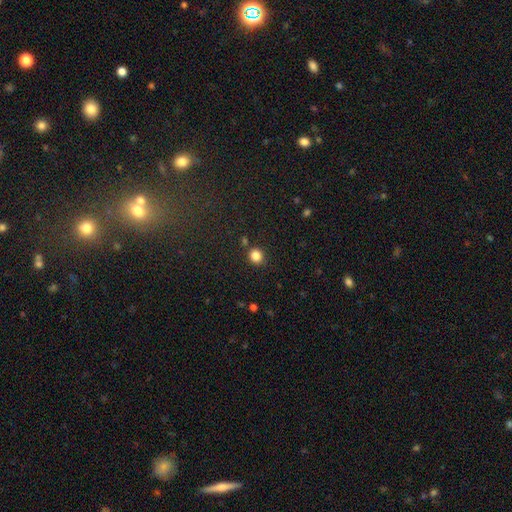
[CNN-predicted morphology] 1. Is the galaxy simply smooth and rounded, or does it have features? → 84% smooth, 12% star or artifact, 4% featured or disk.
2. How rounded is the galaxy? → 81% round, 18% in between, 1% cigar-shaped.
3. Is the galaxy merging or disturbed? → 84% none, 9% minor disturbance, 5% merger, 3% major disturbance.